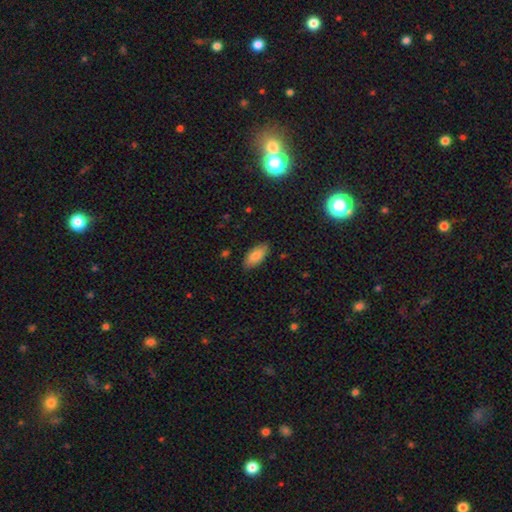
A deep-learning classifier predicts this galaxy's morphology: The model was most divided on "smooth or featured": smooth: 82%, featured or disk: 11%, star or artifact: 7%. More confident: how rounded — in between (91%); merging — none (85%).